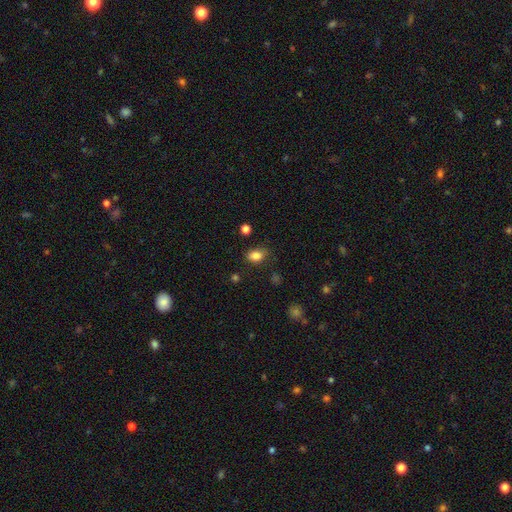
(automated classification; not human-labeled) A smooth galaxy with no disk features (84%) that is in between round and cigar-shaped (77%).

Vote fractions:
- Smooth or featured? smooth: 84% / star or artifact: 10% / featured or disk: 5%
- How rounded? in between: 77% / round: 22% / cigar-shaped: 2%
- Merging? none: 73% / minor disturbance: 20% / major disturbance: 5% / merger: 2%